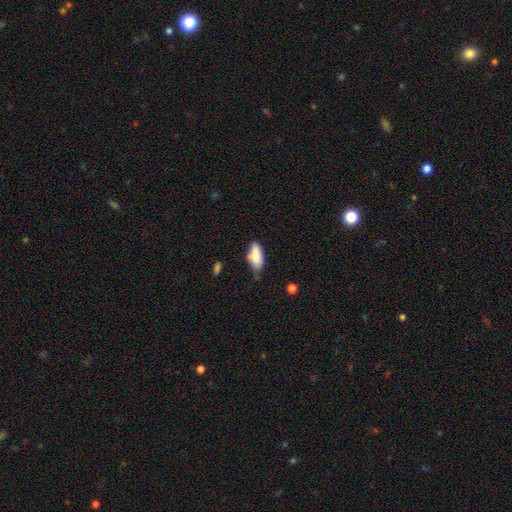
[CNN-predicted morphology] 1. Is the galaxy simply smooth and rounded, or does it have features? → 83% smooth, 10% featured or disk, 7% star or artifact.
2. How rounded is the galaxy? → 86% in between, 12% cigar-shaped, 2% round.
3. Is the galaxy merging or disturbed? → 57% none, 33% minor disturbance, 6% major disturbance, 5% merger.